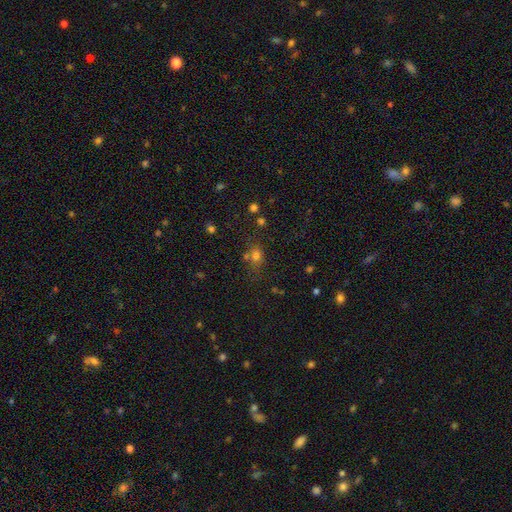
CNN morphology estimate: Smooth or featured? smooth (68%)
How rounded? round (50%)
Merging? none (63%)